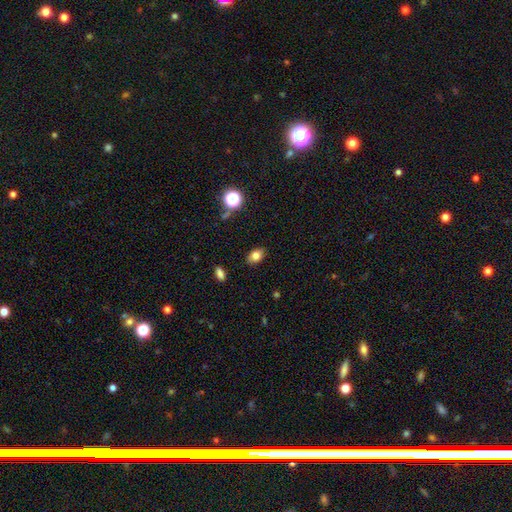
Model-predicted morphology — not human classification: This appears to be a smooth galaxy with no disk features (78%) that is in between round and cigar-shaped (80%). Merging: none (86%).